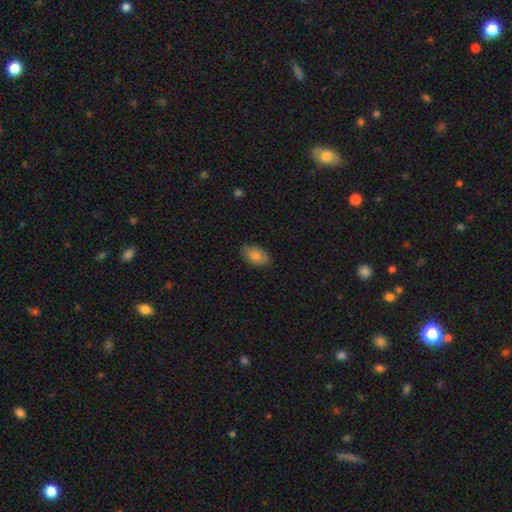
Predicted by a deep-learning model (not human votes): Q: Smooth or featured?
A: smooth (78%); runner-up: featured or disk (14%)
Q: How rounded?
A: in between (91%); runner-up: round (7%)
Q: Merging?
A: none (83%); runner-up: minor disturbance (14%)